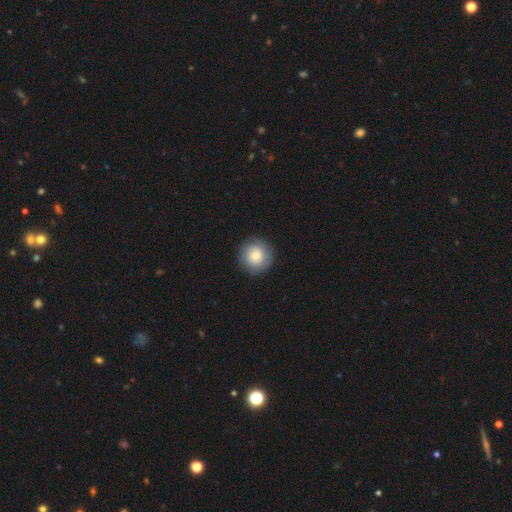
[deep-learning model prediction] smooth_or_featured: smooth (p=0.82) [alt: featured or disk p=0.10]
how_rounded: round (p=0.94) [alt: in between p=0.05]
merging: none (p=0.89) [alt: minor disturbance p=0.08]